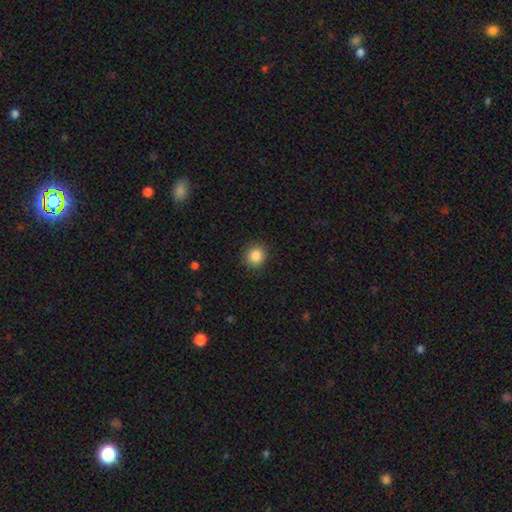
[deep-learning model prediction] smooth 86%, star or artifact 10%, featured or disk 4%. Down the decision tree: how rounded — round (84%); merging — none (90%).